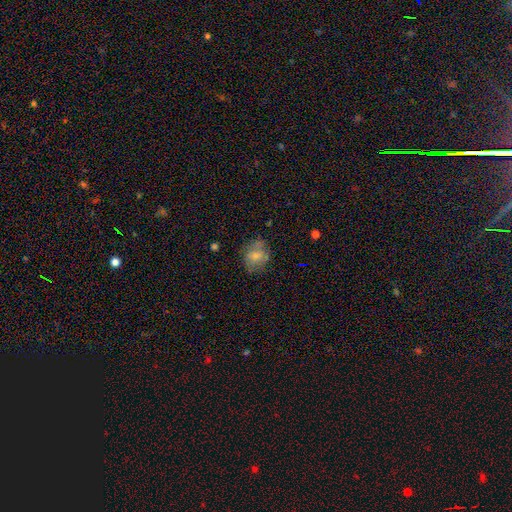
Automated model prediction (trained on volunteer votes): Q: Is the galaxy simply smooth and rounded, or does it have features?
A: smooth — 61%.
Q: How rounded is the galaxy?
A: round — 71%.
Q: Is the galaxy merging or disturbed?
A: none — 72%.